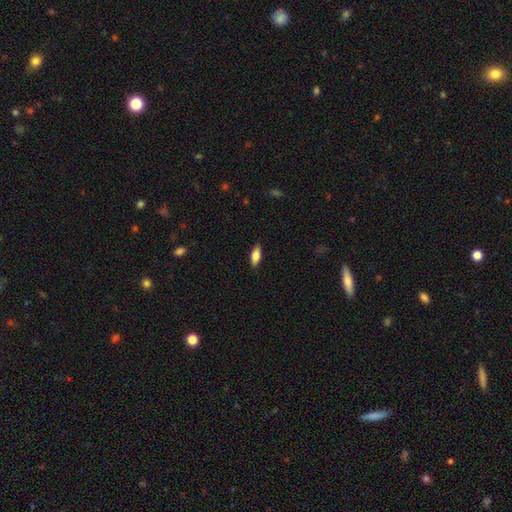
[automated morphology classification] Smooth or featured: smooth — 73% (featured or disk — 20%)
How rounded: in between — 73% (cigar-shaped — 25%)
Merging: none — 89% (minor disturbance — 9%)